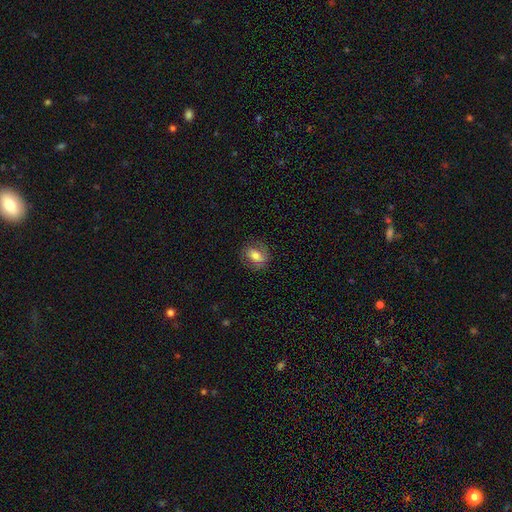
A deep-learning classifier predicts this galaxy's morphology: smooth 55%, featured or disk 37%, star or artifact 8%. Down the decision tree: how rounded — in between (59%); merging — none (76%).